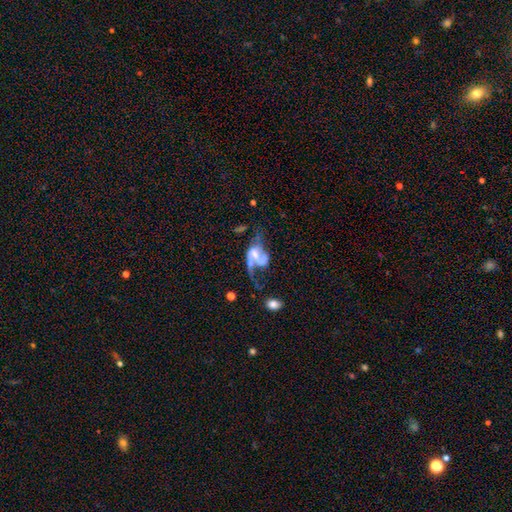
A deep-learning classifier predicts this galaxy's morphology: Smooth or featured: featured or disk — 77% (smooth — 15%)
Edge-on disk: no — 97% (yes — 3%)
Bar: weak — 41% (tied with no — 41%)
Spiral arms: yes — 85% (no — 15%)
Spiral winding: loose — 61% (medium — 31%)
Spiral arm count: 2 — 76% (1 — 16%)
Bulge size: small — 35% (tied with moderate — 35%)
Merging: major disturbance — 35% (none — 27%)